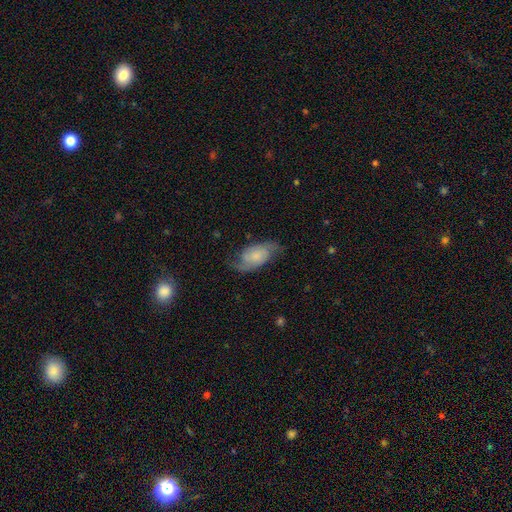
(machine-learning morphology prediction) featured or disk 63%, smooth 30%, star or artifact 7%. Down the decision tree: edge-on disk — no (94%); bar — no (67%); spiral arms — yes (91%); spiral arm count — 2 (86%); spiral winding — medium (41%); bulge size — small (47%); merging — none (66%).